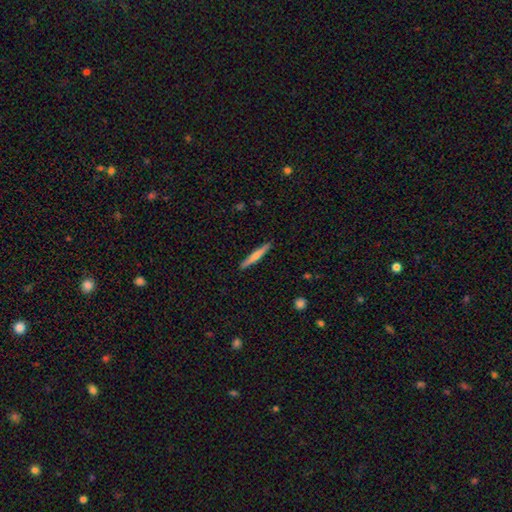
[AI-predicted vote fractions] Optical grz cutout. It shows a smooth galaxy with no disk features (61%) that is cigar-shaped (95%). Merging: none (91%).